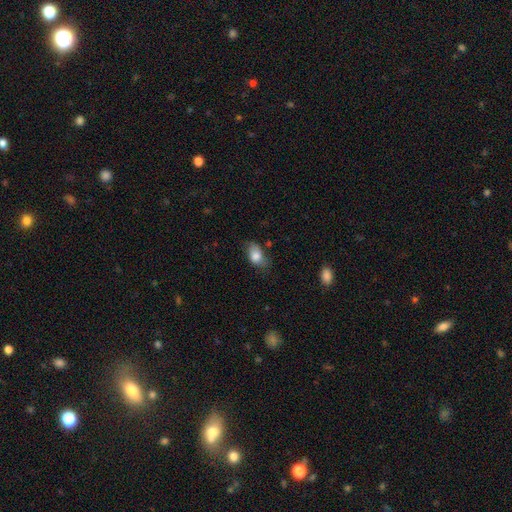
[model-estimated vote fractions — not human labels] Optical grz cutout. It shows a smooth galaxy with no disk features (81%) that is in between round and cigar-shaped (87%). Merging: none (54%).